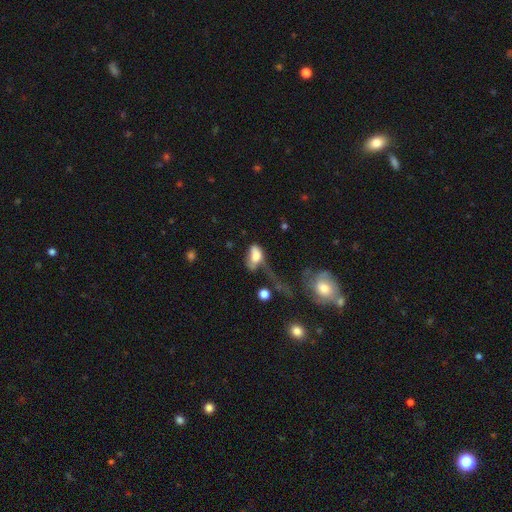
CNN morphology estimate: The model was most divided on "merging": major disturbance: 46%, minor disturbance: 18%, merger: 18%, none: 17%. More confident: how rounded — in between (87%); smooth or featured — smooth (65%).